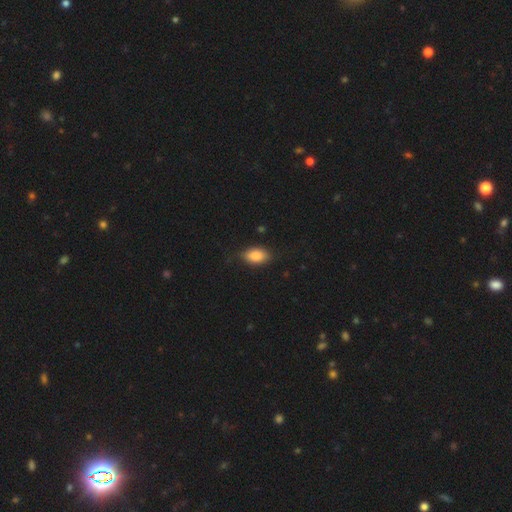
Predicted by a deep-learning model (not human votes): Smooth or featured: smooth — 84% (featured or disk — 8%)
How rounded: in between — 90% (round — 6%)
Merging: none — 77% (minor disturbance — 19%)